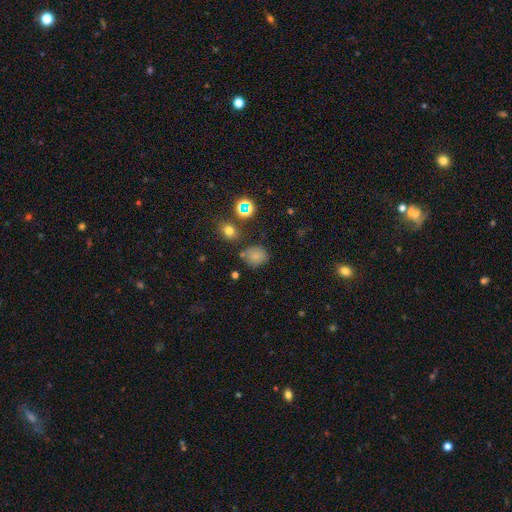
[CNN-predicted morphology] Overall: smooth (72%). How rounded: round (69%; in between 30%). Merging: none (67%).